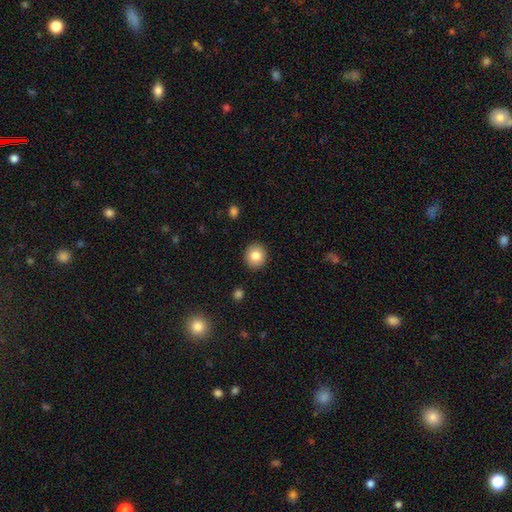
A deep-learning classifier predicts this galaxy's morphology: Smooth or featured? Predicted: smooth (p=0.84). How rounded? Predicted: round (p=0.83). Merging? Predicted: none (p=0.91).